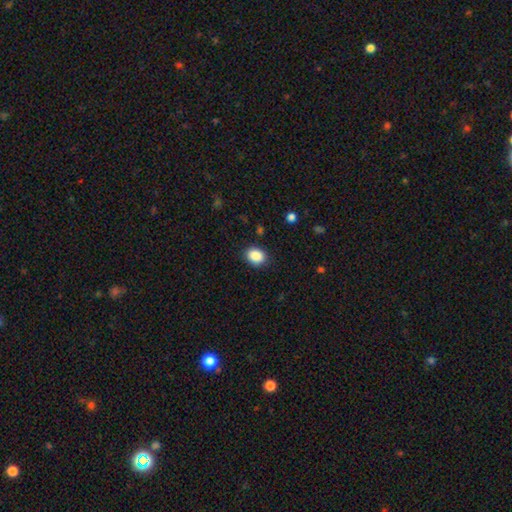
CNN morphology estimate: smooth_or_featured: smooth (p=0.88) [alt: star or artifact p=0.09]
how_rounded: round (p=0.51) [alt: in between p=0.48]
merging: none (p=0.87) [alt: minor disturbance p=0.09]